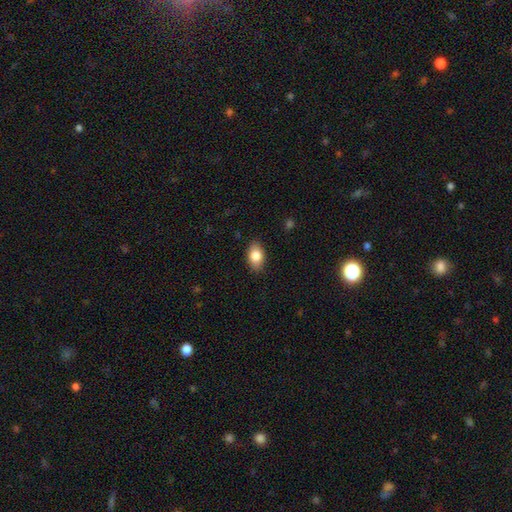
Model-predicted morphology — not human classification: A smooth galaxy with no disk features (83%) that is in between round and cigar-shaped (89%). Merging: none (86%).